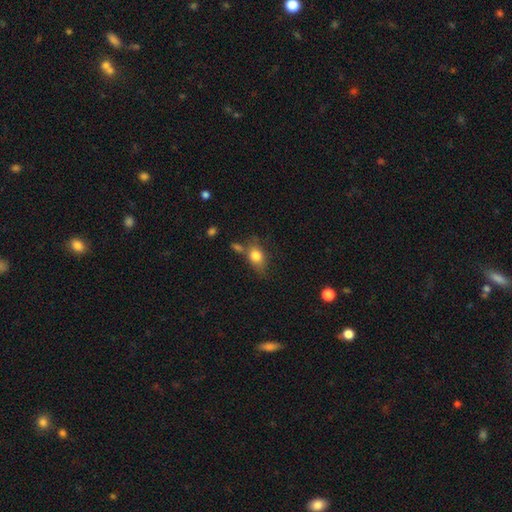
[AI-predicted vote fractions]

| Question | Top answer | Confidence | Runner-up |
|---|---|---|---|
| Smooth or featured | smooth | 79% | featured or disk (12%) |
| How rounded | in between | 70% | round (27%) |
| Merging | none | 53% | minor disturbance (23%) |